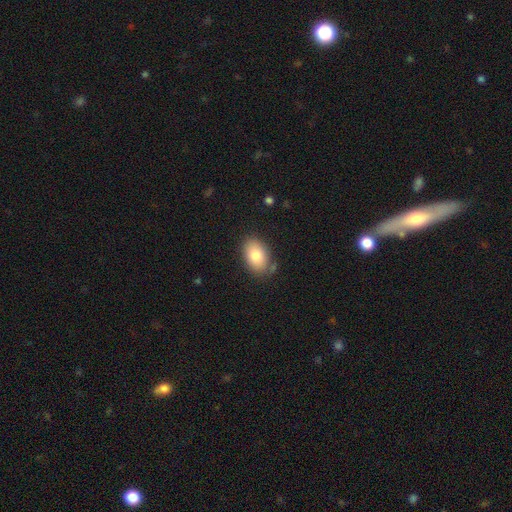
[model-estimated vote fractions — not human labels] A smooth galaxy with no disk features (82%) that is in between round and cigar-shaped (89%). Merging: none (79%).